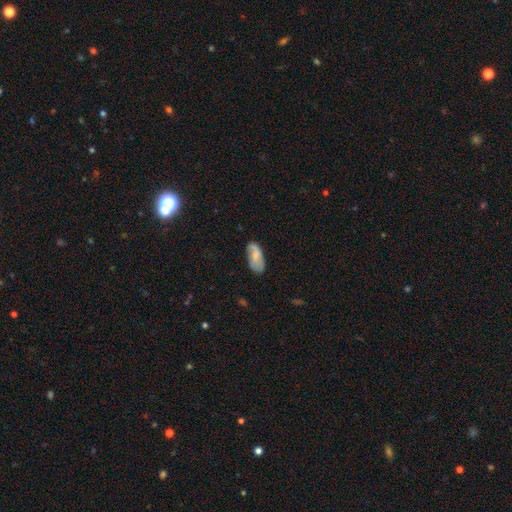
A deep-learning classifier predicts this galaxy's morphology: This is likely a smooth galaxy (70%). How rounded: clearly in between (89%). Merging: likely none (64%).